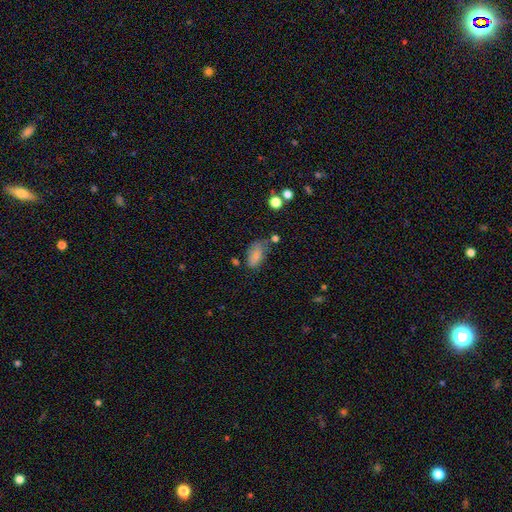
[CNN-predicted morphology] A smooth galaxy with no disk features (82%) that is in between round and cigar-shaped (91%). Merging: none (56%).